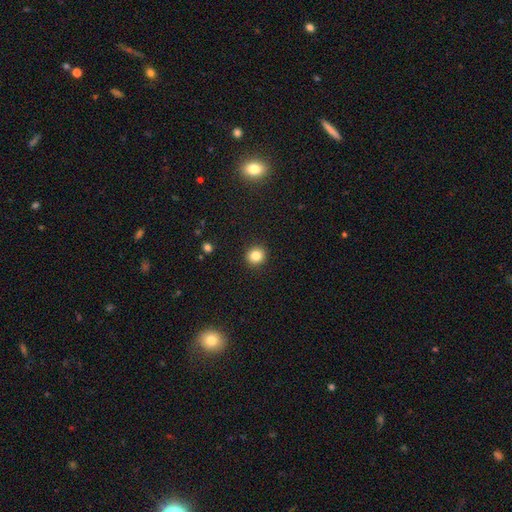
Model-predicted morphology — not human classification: smooth_or_featured: smooth (p=0.84) [alt: star or artifact p=0.11]
how_rounded: round (p=0.90) [alt: in between p=0.09]
merging: none (p=0.93) [alt: minor disturbance p=0.05]